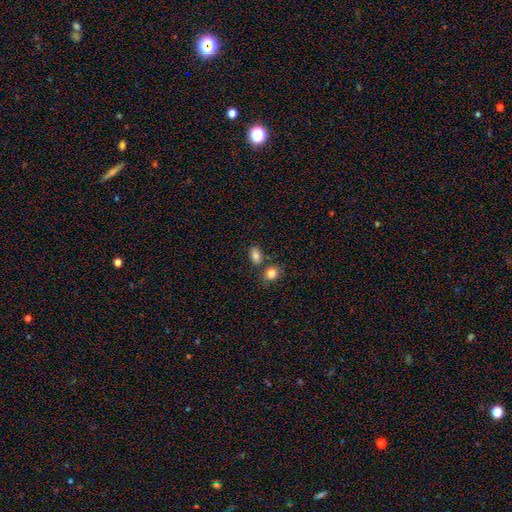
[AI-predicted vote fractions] Morphology: type=smooth (82%); roundness=in between (78%); merging=none (64%).